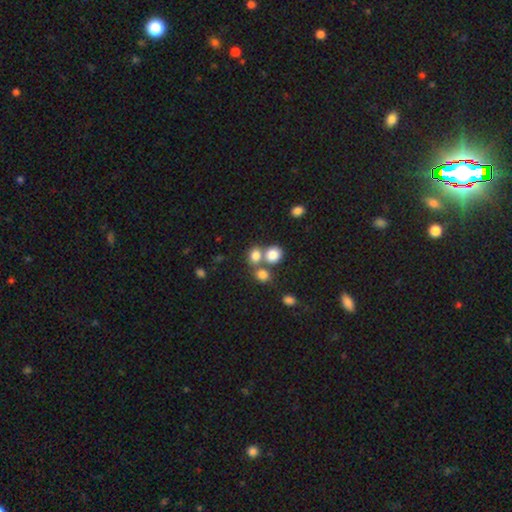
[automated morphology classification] Smooth or featured?
  - smooth: 77% *
  - star or artifact: 14%
  - featured or disk: 9%
How rounded?
  - round: 67% *
  - in between: 32%
  - cigar-shaped: 1%
Merging?
  - none: 46% *
  - merger: 41%
  - minor disturbance: 8%
  - major disturbance: 4%